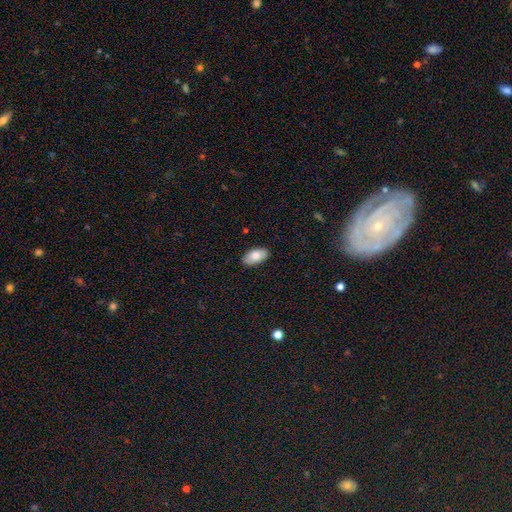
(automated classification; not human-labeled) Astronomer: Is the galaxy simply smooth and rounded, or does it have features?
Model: smooth — 81%.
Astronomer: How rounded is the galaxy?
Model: in between — 94%.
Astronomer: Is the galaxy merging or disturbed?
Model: none — 86%.